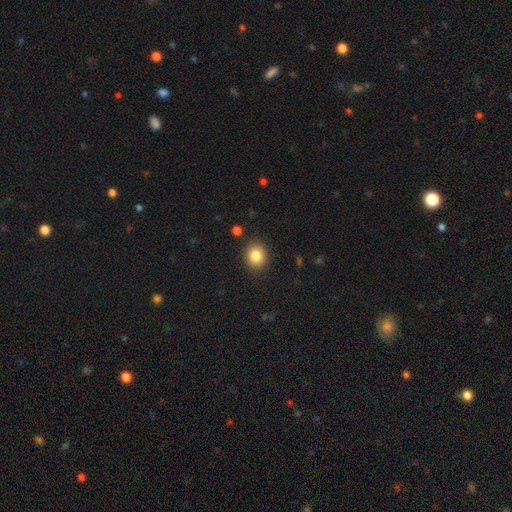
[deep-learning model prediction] Smooth or featured?
  - smooth: 84% *
  - star or artifact: 10%
  - featured or disk: 6%
How rounded?
  - round: 66% *
  - in between: 33%
  - cigar-shaped: 1%
Merging?
  - none: 88% *
  - minor disturbance: 8%
  - major disturbance: 2%
  - merger: 2%